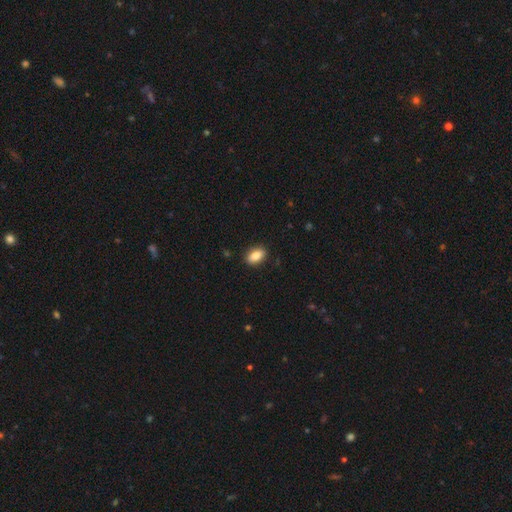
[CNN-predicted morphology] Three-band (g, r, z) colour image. It shows a smooth galaxy with no disk features (85%) that is in between round and cigar-shaped (90%). Merging: none (89%).